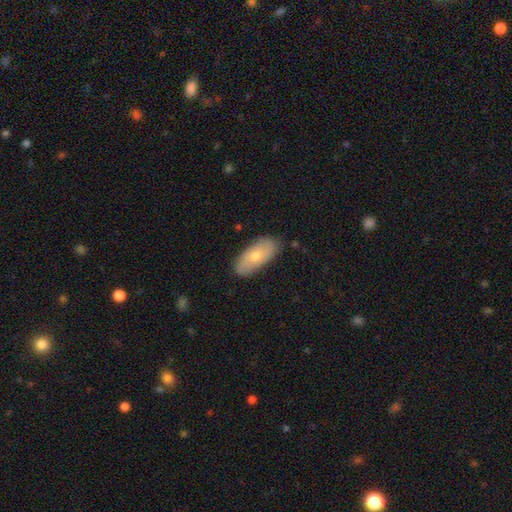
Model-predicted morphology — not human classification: A smooth galaxy with no disk features (61%) that is in between round and cigar-shaped (87%). Merging: none (84%).